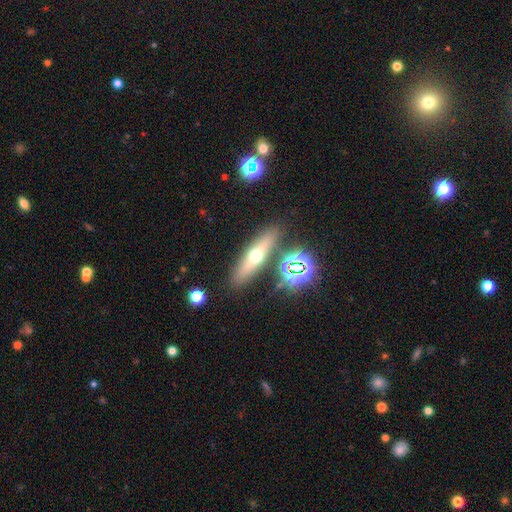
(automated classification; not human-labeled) This appears to be a featured or disk galaxy (43%). Merging: none (83%).